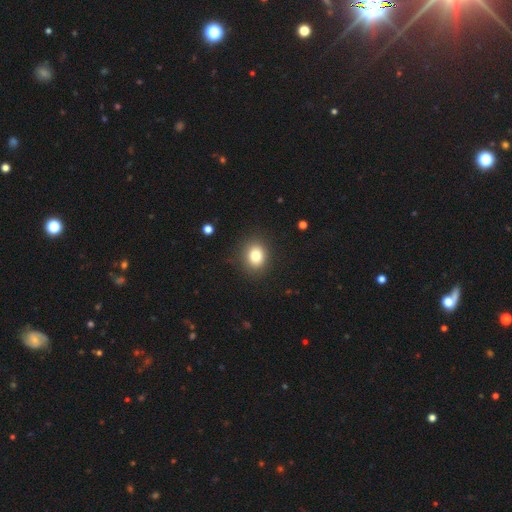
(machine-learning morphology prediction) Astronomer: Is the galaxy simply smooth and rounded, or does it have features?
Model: smooth — 81%.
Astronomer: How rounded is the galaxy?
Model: round — 57% (runner-up: in between, 42%).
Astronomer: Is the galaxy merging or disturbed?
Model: none — 87%.